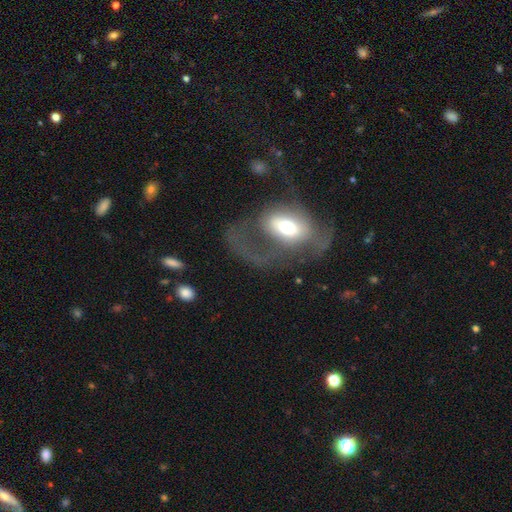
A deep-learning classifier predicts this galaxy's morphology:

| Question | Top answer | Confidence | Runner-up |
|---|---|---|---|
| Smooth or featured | featured or disk | 63% | smooth (26%) |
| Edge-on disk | no | 93% | yes (7%) |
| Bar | no | 59% | weak (28%) |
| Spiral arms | yes | 55% | no (45%) |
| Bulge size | moderate | 61% | large (21%) |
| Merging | major disturbance | 47% | none (32%) |